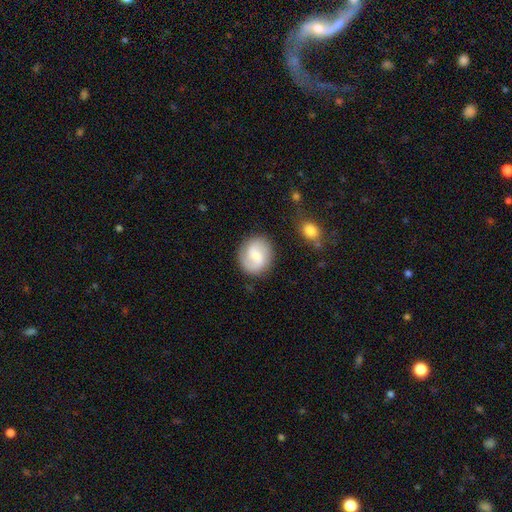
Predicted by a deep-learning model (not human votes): featured or disk 57%, smooth 36%, star or artifact 6%. Down the decision tree: edge-on disk — no (98%); bar — weak (52%); spiral arms — yes (90%); spiral arm count — 2 (84%); spiral winding — medium (45%); bulge size — small (46%); merging — none (82%).